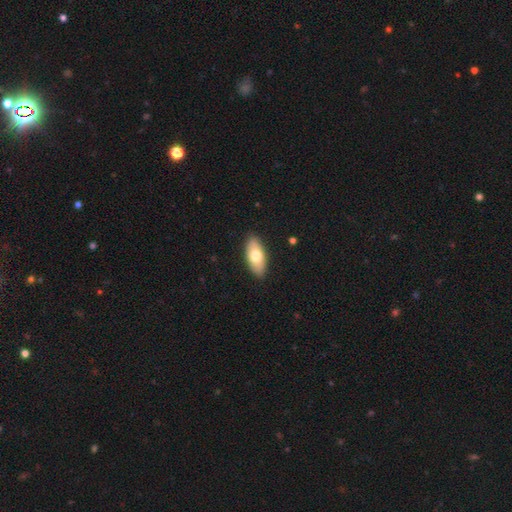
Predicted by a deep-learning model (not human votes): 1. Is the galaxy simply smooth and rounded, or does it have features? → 70% smooth, 24% featured or disk, 6% star or artifact.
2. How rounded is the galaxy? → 89% in between, 9% cigar-shaped, 3% round.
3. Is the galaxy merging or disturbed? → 89% none, 9% minor disturbance, 2% major disturbance, 1% merger.